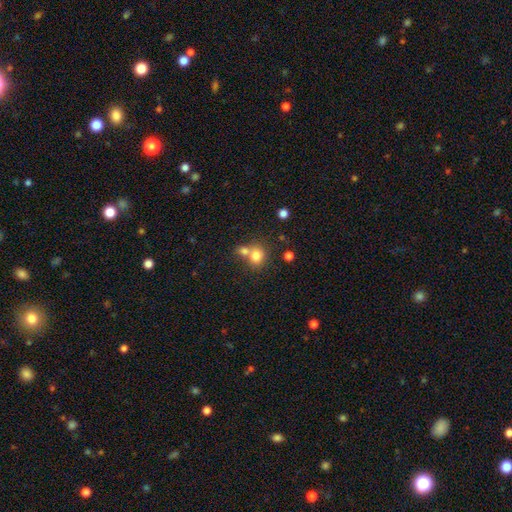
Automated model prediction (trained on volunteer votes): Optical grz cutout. It shows a smooth galaxy with no disk features (78%) that is round (77%). Merging: merger (46%).